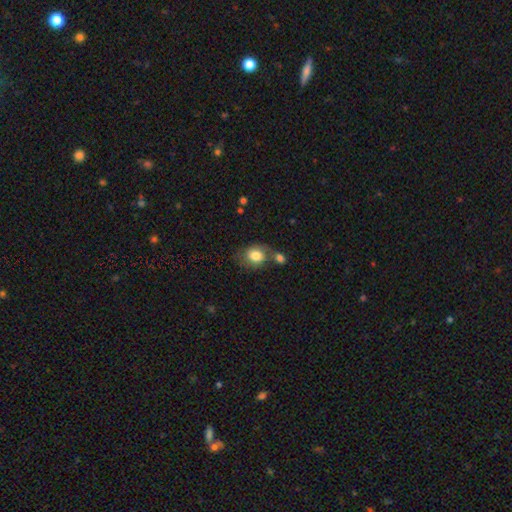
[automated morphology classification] The model was most divided on "how rounded": in between: 50%, round: 49%, cigar-shaped: 1%. Remaining: smooth or featured — smooth (79%); merging — none (45%).